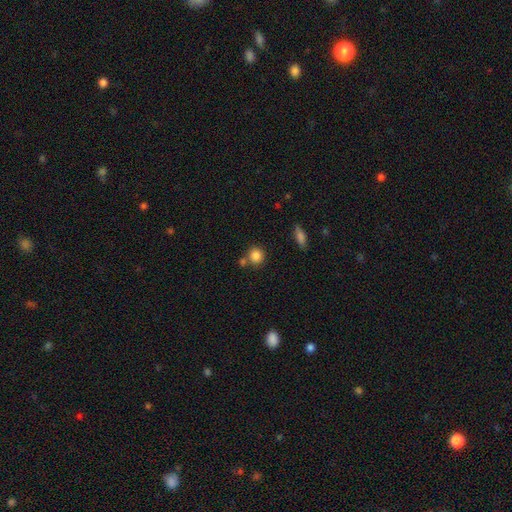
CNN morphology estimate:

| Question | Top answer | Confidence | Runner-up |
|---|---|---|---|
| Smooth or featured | smooth | 85% | star or artifact (10%) |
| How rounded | round | 88% | in between (10%) |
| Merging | none | 65% | merger (21%) |